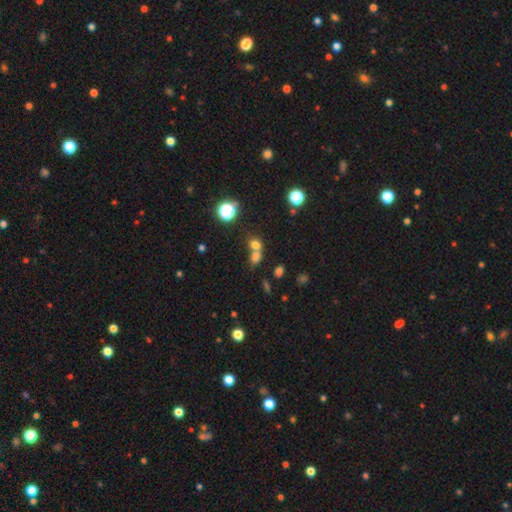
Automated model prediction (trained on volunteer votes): This is likely a smooth galaxy (67%). How rounded: possibly round (59%). Merging: possibly merger (55%).